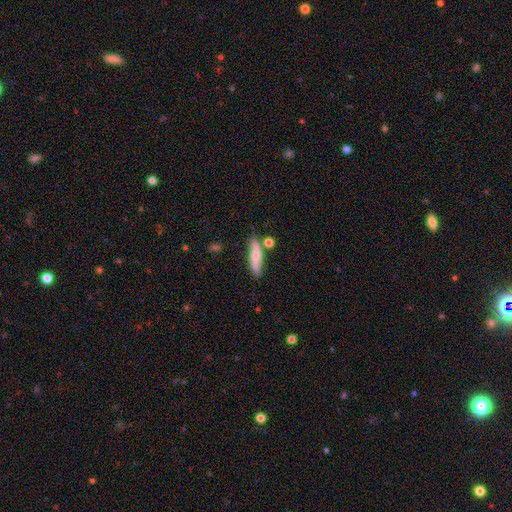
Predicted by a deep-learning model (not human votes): Smooth or featured?
  - smooth: 56% *
  - featured or disk: 38%
  - star or artifact: 7%
How rounded?
  - cigar-shaped: 68% *
  - in between: 29%
  - round: 3%
Merging?
  - none: 72% *
  - minor disturbance: 16%
  - merger: 9%
  - major disturbance: 3%